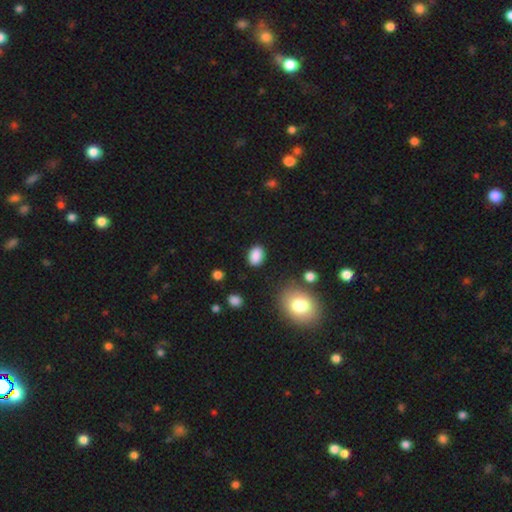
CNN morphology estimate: Smooth or featured? Predicted: smooth (p=0.87). How rounded? Predicted: in between (p=0.82). Merging? Predicted: none (p=0.85).